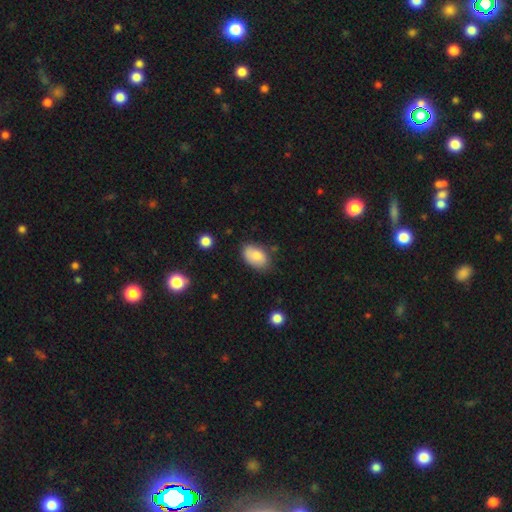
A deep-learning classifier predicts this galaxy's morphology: This is likely a smooth galaxy (76%). How rounded: clearly in between (90%). Merging: likely none (72%).